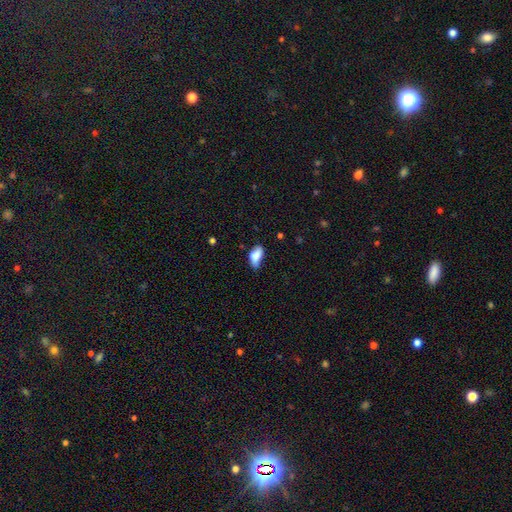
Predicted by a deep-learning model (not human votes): smooth-or-featured: smooth: 80% | featured or disk: 12% | star or artifact: 8%
  how-rounded: in between: 91% | round: 4% | cigar-shaped: 4%
  merging: none: 42% (tied) | minor disturbance: 42% (tied) | major disturbance: 11% | merger: 4%